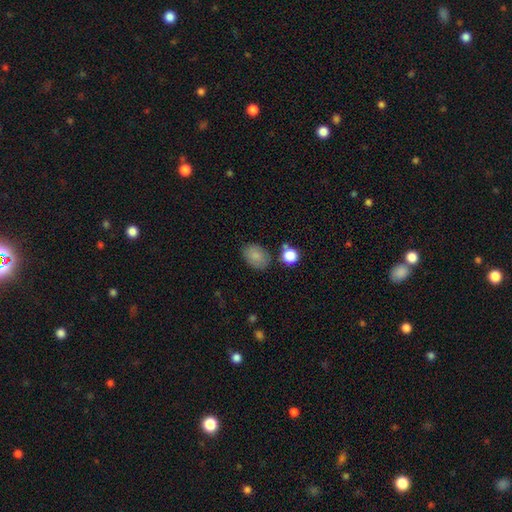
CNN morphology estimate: smooth-or-featured: smooth: 83% | star or artifact: 9% | featured or disk: 8%
  how-rounded: in between: 75% | round: 24% | cigar-shaped: 1%
  merging: none: 78% | minor disturbance: 13% | merger: 5% | major disturbance: 4%